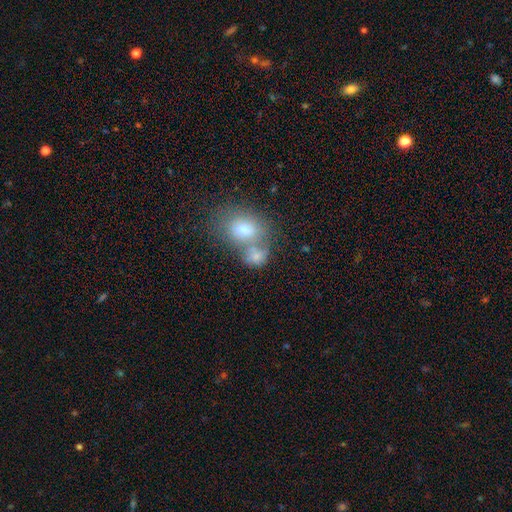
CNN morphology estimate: smooth-or-featured: smooth: 71% | featured or disk: 17% | star or artifact: 12%
  how-rounded: in between: 54% | round: 45% | cigar-shaped: 2%
  merging: merger: 53% | none: 31% | minor disturbance: 10% | major disturbance: 6%